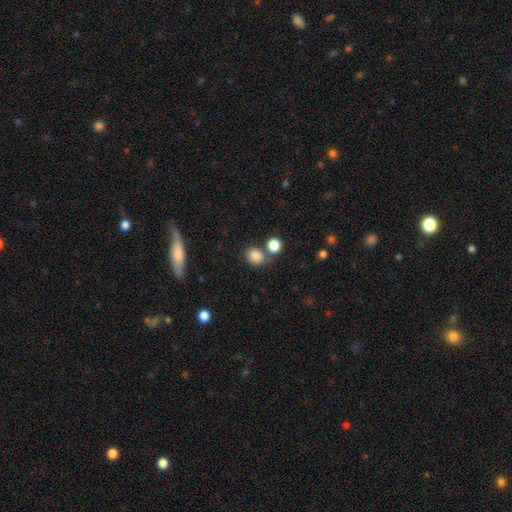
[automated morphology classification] A smooth galaxy with no disk features (84%) that is round (72%). Merging: none (64%).